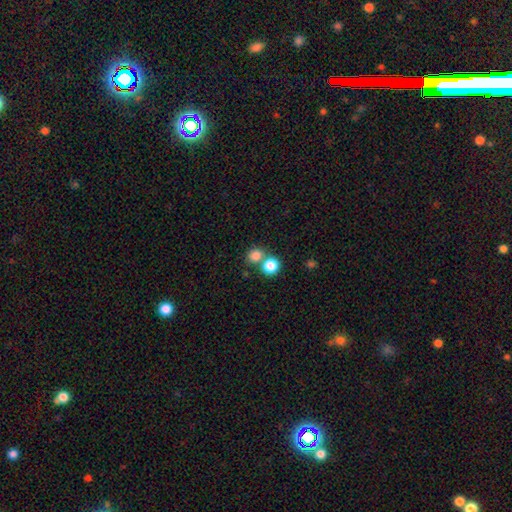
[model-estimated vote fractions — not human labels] Overall: smooth (80%). How rounded: round (80%). Merging: none (55%; merger 35%).